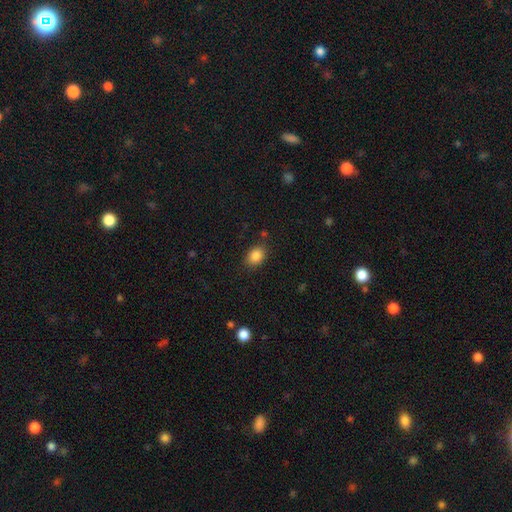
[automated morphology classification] Smooth or featured? Predicted: smooth (p=0.86). How rounded? Predicted: in between (p=0.72). Merging? Predicted: none (p=0.83).